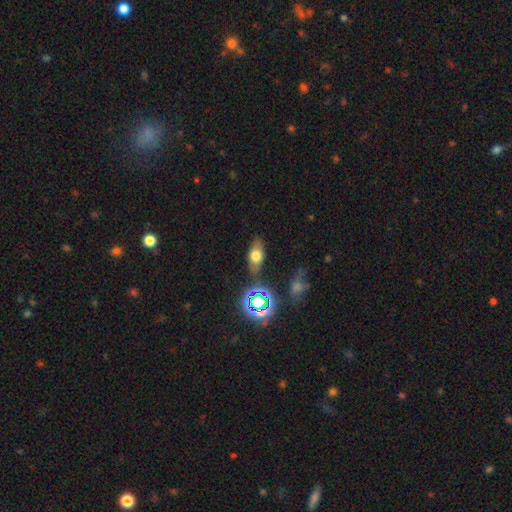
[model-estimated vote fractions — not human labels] Overall: smooth (62%). How rounded: in between (82%). Merging: none (80%).